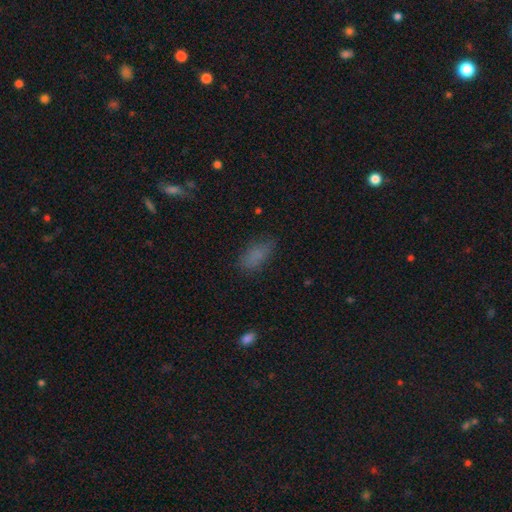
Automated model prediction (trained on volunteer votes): Smooth or featured? Predicted: smooth (p=0.80). How rounded? Predicted: in between (p=0.85). Merging? Predicted: none (p=0.74).